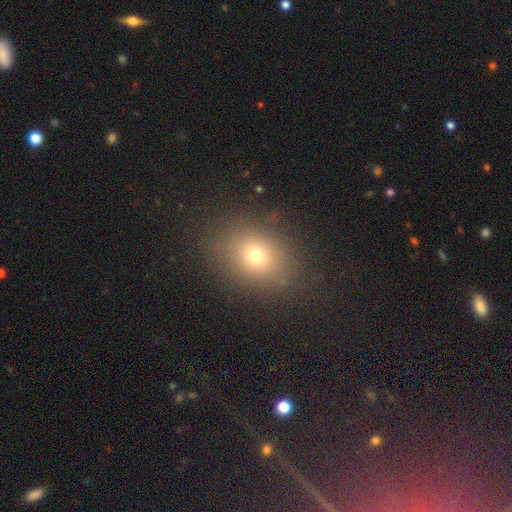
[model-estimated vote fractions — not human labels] The model was most divided on "how rounded": in between: 52%, round: 47%, cigar-shaped: 1%. More confident: merging — none (84%); smooth or featured — smooth (70%).